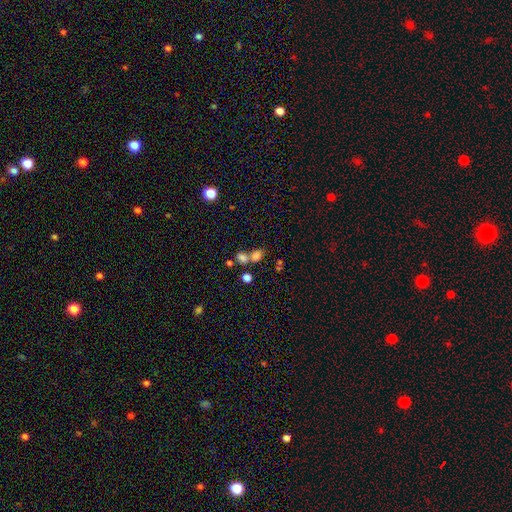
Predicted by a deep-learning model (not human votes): smooth 76%, star or artifact 15%, featured or disk 9%. Down the decision tree: how rounded — in between (72%); merging — merger (53%).